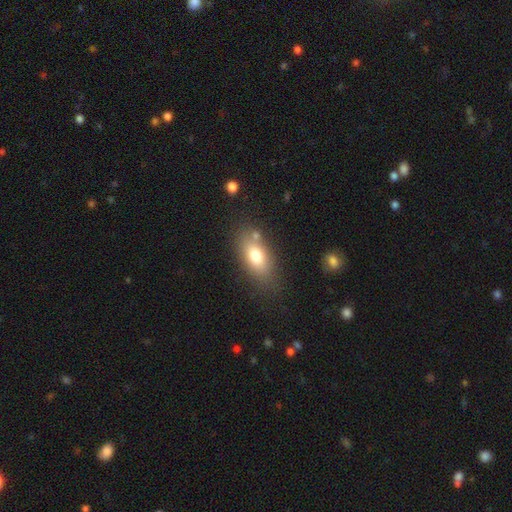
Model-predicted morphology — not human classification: Smooth or featured?
  - smooth: 75% *
  - featured or disk: 16%
  - star or artifact: 9%
How rounded?
  - in between: 86% *
  - round: 8%
  - cigar-shaped: 6%
Merging?
  - none: 72% *
  - minor disturbance: 15%
  - merger: 8%
  - major disturbance: 5%